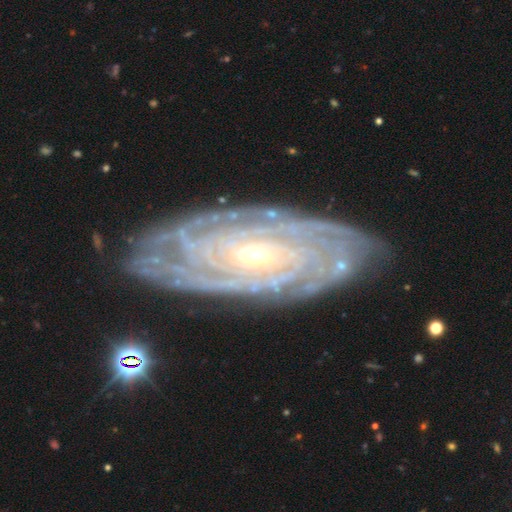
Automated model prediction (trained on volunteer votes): Q: Smooth or featured?
A: featured or disk (91%); runner-up: star or artifact (5%)
Q: Edge-on disk?
A: no (93%); runner-up: yes (7%)
Q: Bar?
A: no (52%); runner-up: weak (32%)
Q: Spiral arms?
A: yes (98%); runner-up: no (2%)
Q: Spiral winding?
A: tight (84%); runner-up: medium (13%)
Q: Spiral arm count?
A: can't tell (27%); runner-up: 4 (21%)
Q: Bulge size?
A: small (71%); runner-up: moderate (25%)
Q: Merging?
A: none (82%); runner-up: minor disturbance (13%)